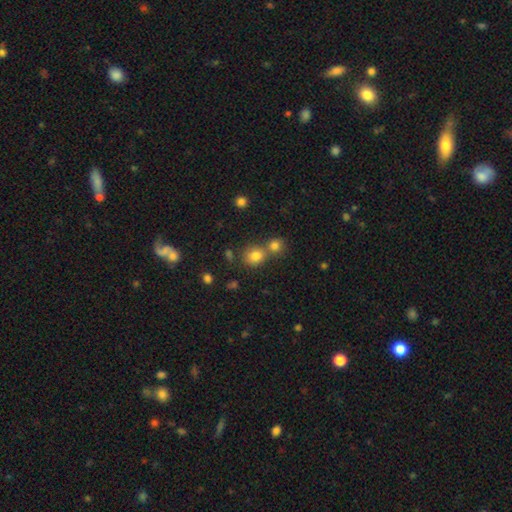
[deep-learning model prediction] A smooth galaxy with no disk features (79%) that is round (75%). Merging: none (49%).